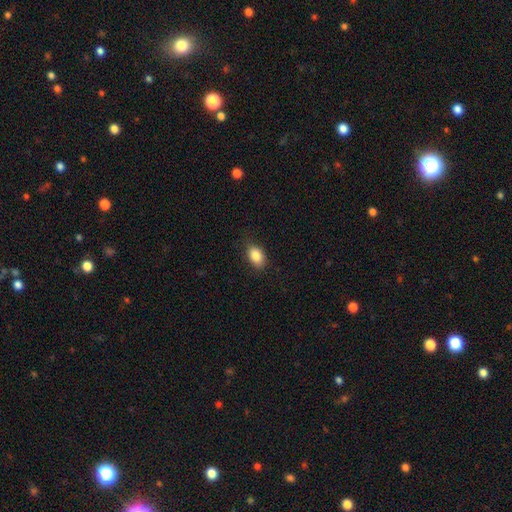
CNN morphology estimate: Overall: smooth (85%). How rounded: in between (86%). Merging: none (82%).